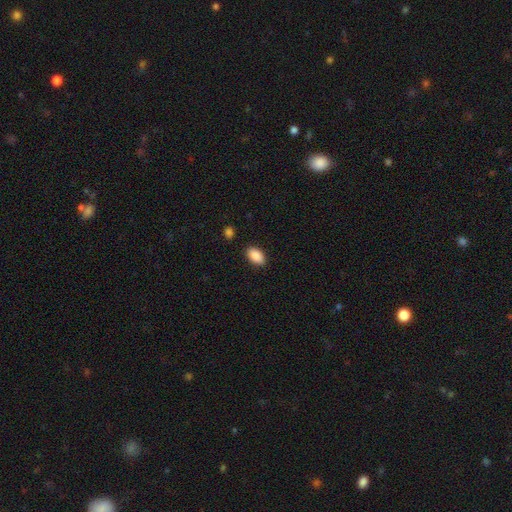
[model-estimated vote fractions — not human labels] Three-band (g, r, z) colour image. It shows a smooth galaxy with no disk features (90%) that is in between round and cigar-shaped (93%). Merging: none (88%).